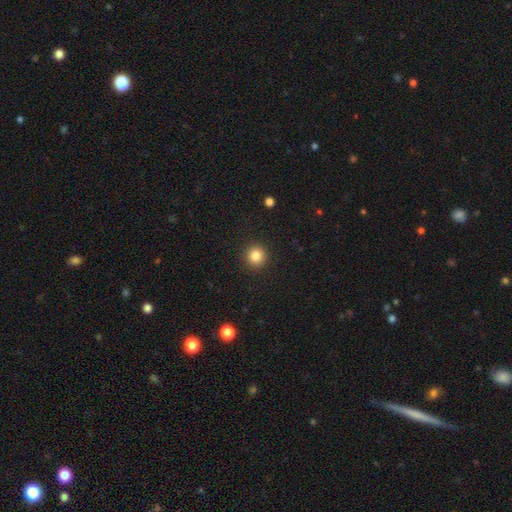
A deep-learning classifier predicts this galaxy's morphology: Smooth or featured: smooth — 83% (star or artifact — 11%)
How rounded: round — 93% (in between — 6%)
Merging: none — 92% (minor disturbance — 5%)